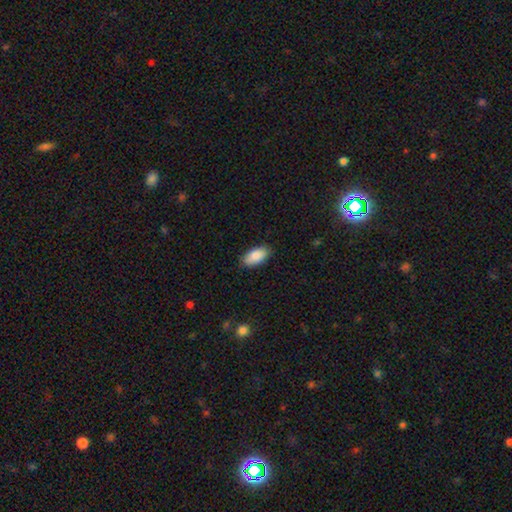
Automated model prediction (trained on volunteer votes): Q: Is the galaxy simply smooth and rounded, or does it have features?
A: smooth — 88%.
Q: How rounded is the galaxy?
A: in between — 94%.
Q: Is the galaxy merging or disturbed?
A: none — 87%.